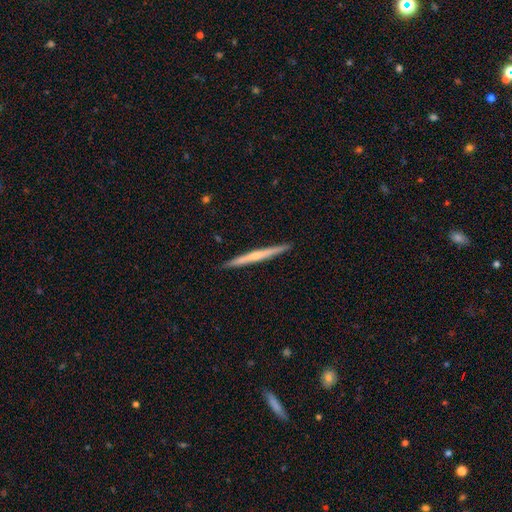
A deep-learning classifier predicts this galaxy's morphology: Smooth or featured: featured or disk — 59% (smooth — 36%)
Edge-on disk: yes — 98% (no — 2%)
Edge-on bulge: none — 49% (rounded — 46%)
Merging: none — 92% (minor disturbance — 6%)